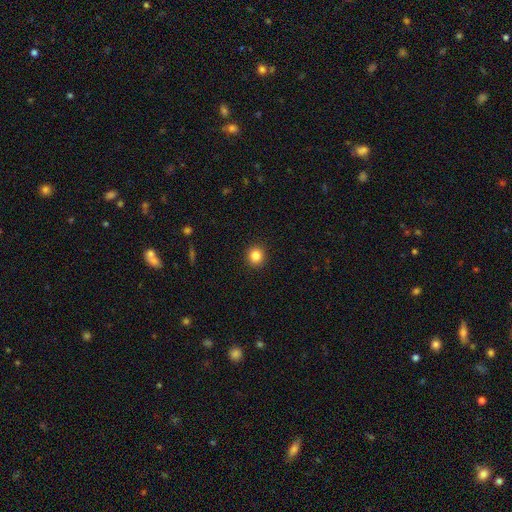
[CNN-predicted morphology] smooth 85%, star or artifact 11%, featured or disk 4%. Down the decision tree: how rounded — round (93%); merging — none (93%).